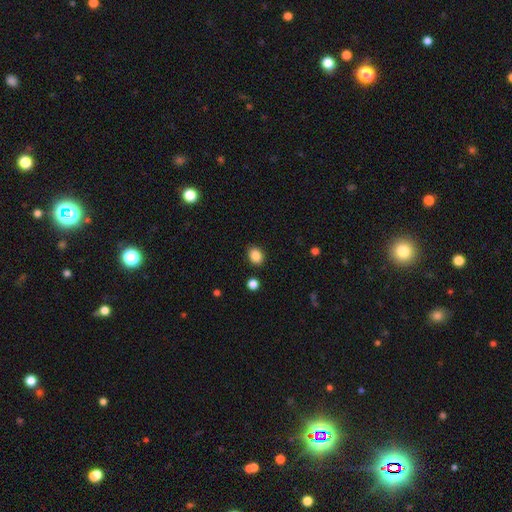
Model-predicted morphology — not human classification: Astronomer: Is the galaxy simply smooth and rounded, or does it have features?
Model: smooth — 88%.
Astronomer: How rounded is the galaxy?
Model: in between — 57% (runner-up: round, 42%).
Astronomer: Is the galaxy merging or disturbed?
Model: none — 86%.